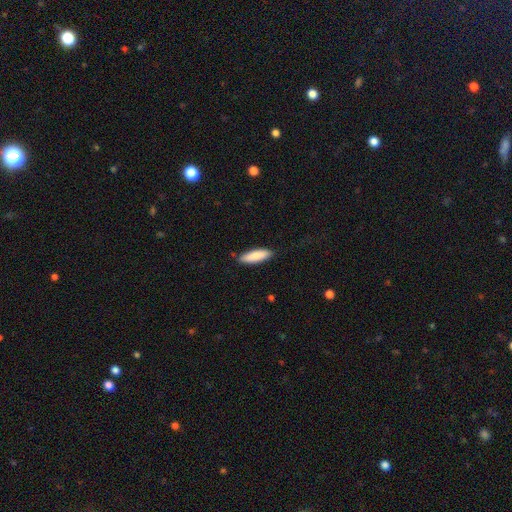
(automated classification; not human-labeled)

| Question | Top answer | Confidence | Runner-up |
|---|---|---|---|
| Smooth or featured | smooth | 86% | featured or disk (8%) |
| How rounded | cigar-shaped | 53% | in between (46%) |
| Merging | none | 85% | minor disturbance (12%) |